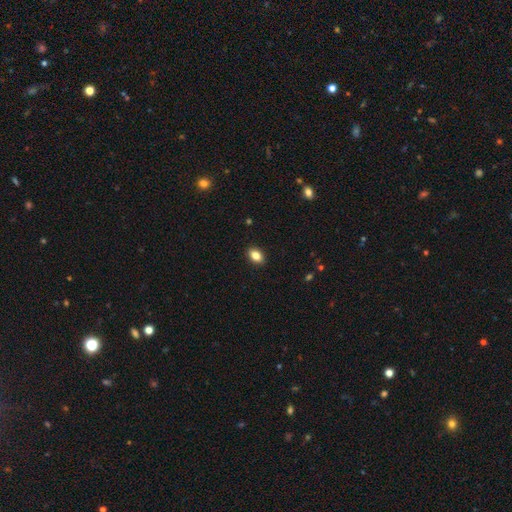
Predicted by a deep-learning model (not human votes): This appears to be a smooth galaxy with no disk features (85%) that is in between round and cigar-shaped (84%). Merging: none (90%).